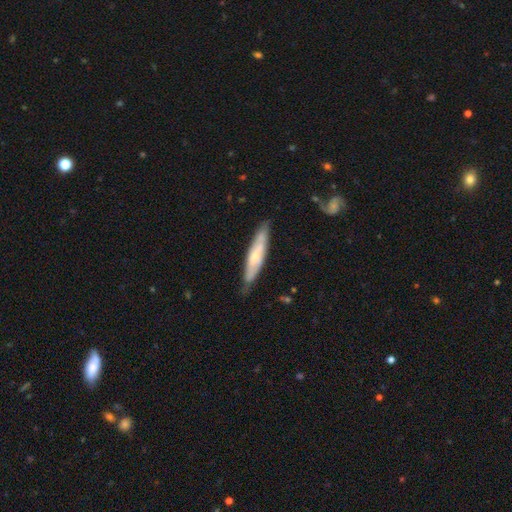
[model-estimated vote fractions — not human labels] smooth_or_featured: featured or disk (p=0.52) [alt: smooth p=0.43]
disk_edge_on: yes (p=0.60) [alt: no p=0.40]
merging: none (p=0.77) [alt: minor disturbance p=0.18]